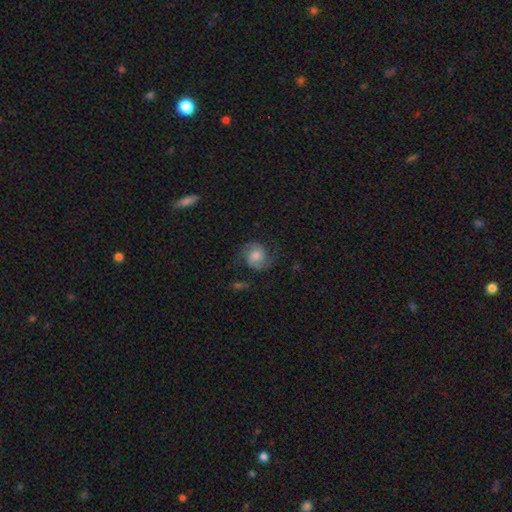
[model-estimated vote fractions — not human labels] smooth_or_featured: featured or disk (p=0.78) [alt: smooth p=0.15]
disk_edge_on: no (p=0.98) [alt: yes p=0.02]
bar: no (p=0.65) [alt: weak p=0.30]
has_spiral_arms: yes (p=0.96) [alt: no p=0.04]
spiral_winding: medium (p=0.50) [alt: loose p=0.28]
spiral_arm_count: 2 (p=0.93) [alt: can't tell p=0.03]
bulge_size: moderate (p=0.50) [alt: large p=0.20]
merging: none (p=0.75) [alt: minor disturbance p=0.15]